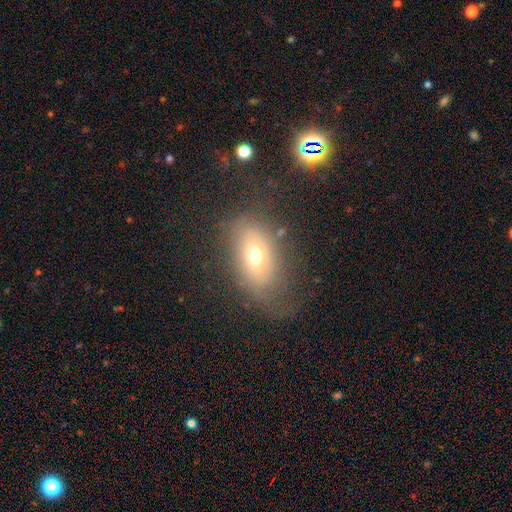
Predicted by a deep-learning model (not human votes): Smooth or featured: smooth — 60% (featured or disk — 28%)
How rounded: in between — 82% (round — 15%)
Merging: none — 51% (minor disturbance — 23%)